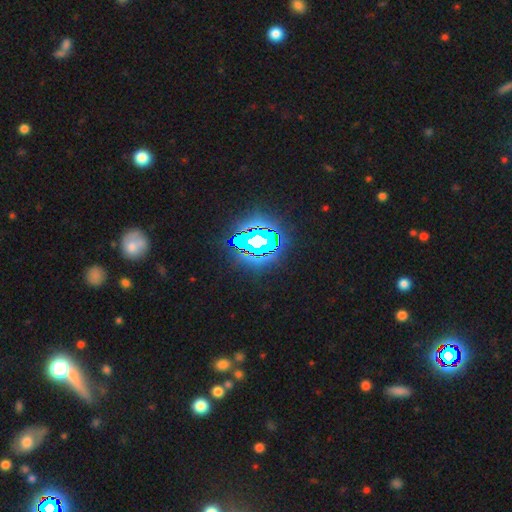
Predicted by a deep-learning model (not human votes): A star or artifact, not a galaxy (82%).

Vote fractions:
- Smooth or featured? star or artifact: 82% / smooth: 11% / featured or disk: 7%